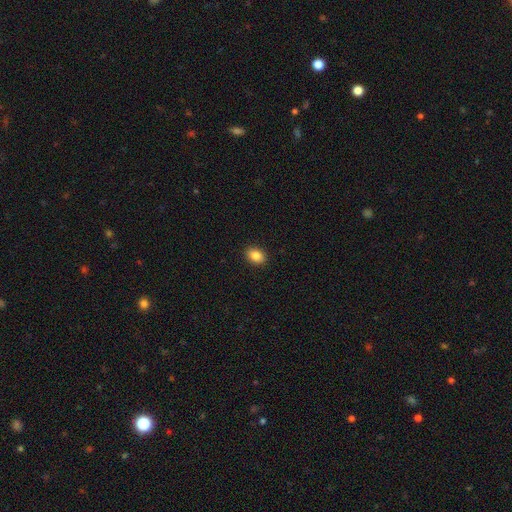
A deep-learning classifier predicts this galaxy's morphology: This is clearly a smooth galaxy (86%). How rounded: likely in between (74%). Merging: clearly none (91%).